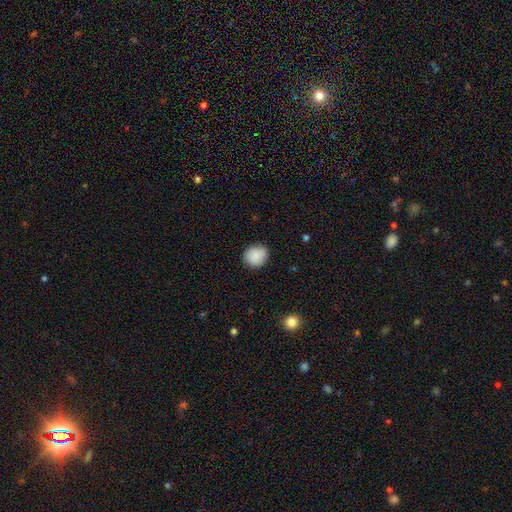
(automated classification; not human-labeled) The model was most divided on "how rounded": round: 75%, in between: 24%, cigar-shaped: 1%. More confident: smooth or featured — smooth (86%); merging — none (83%).